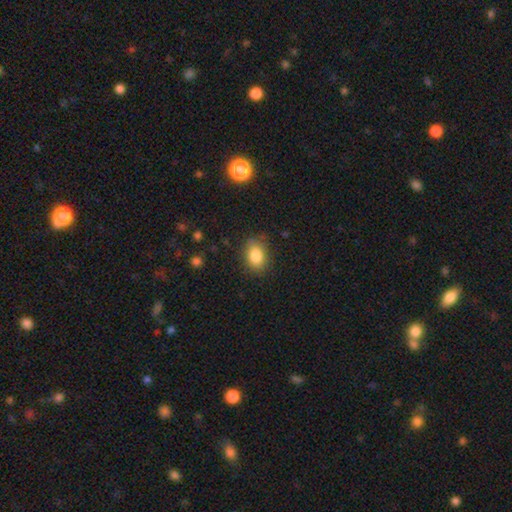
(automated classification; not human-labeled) Overall: smooth (85%). How rounded: in between (77%). Merging: none (81%).